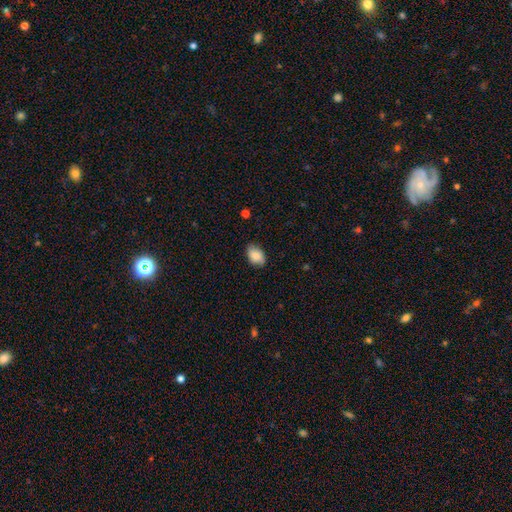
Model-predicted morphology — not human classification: Smooth or featured? smooth (83%)
How rounded? in between (87%)
Merging? none (80%)